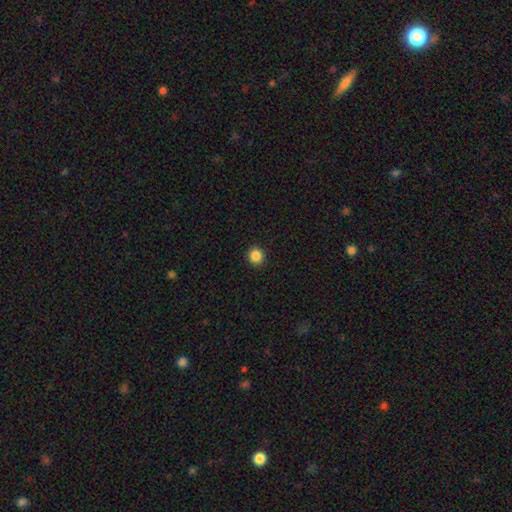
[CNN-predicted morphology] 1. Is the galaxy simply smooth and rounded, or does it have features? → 87% smooth, 10% star or artifact, 3% featured or disk.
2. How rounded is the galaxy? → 89% round, 10% in between, 1% cigar-shaped.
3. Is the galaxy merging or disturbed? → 93% none, 5% minor disturbance, 2% major disturbance, 1% merger.